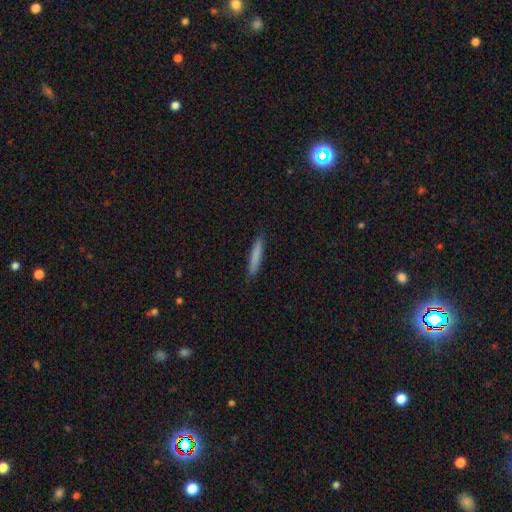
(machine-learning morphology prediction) This is likely a smooth galaxy (79%). How rounded: clearly cigar-shaped (94%). Merging: clearly none (89%).